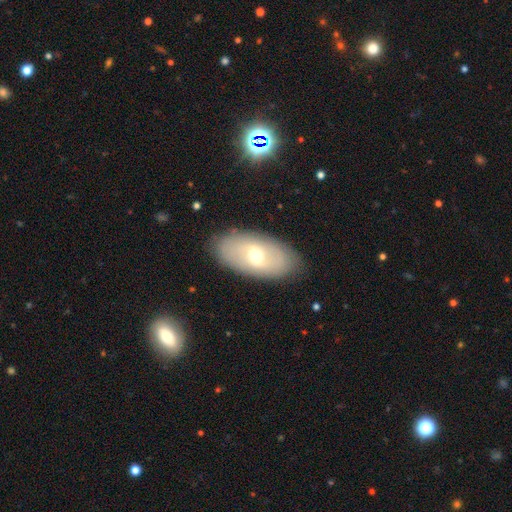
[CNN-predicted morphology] The model was most divided on "smooth or featured": featured or disk: 51%, smooth: 40%, star or artifact: 9%. More confident: edge-on disk — no (87%); merging — none (85%).